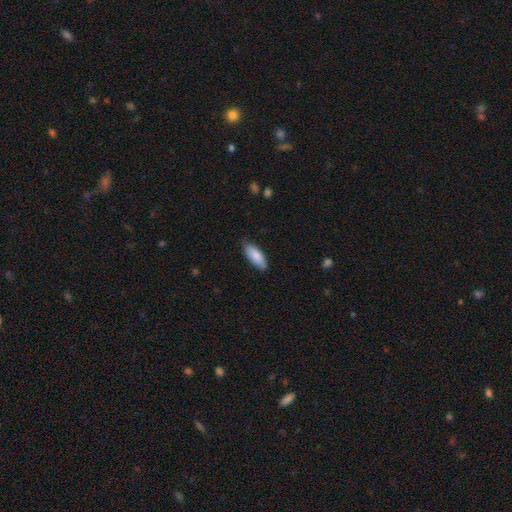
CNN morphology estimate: This appears to be a smooth galaxy with no disk features (86%) that is in between round and cigar-shaped (73%). Merging: none (82%).